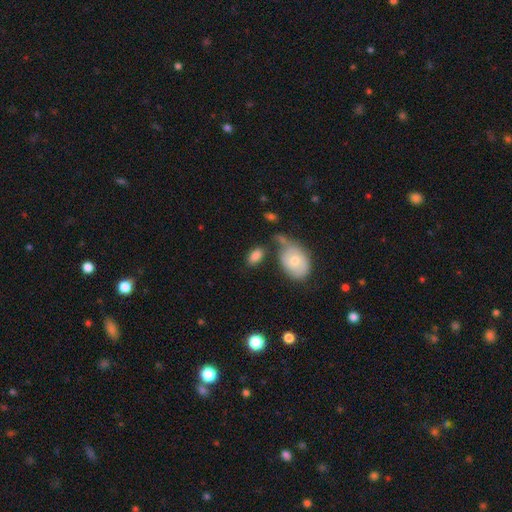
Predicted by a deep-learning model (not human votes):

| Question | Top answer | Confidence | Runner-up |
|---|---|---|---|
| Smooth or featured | smooth | 82% | featured or disk (11%) |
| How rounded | in between | 91% | round (6%) |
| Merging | none | 60% | merger (17%) |